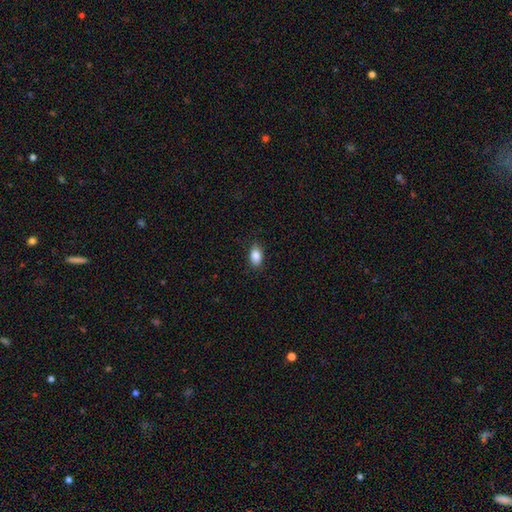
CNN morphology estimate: A smooth galaxy with no disk features (86%) that is in between round and cigar-shaped (87%).

Vote fractions:
- Smooth or featured? smooth: 86% / star or artifact: 8% / featured or disk: 6%
- How rounded? in between: 87% / round: 11% / cigar-shaped: 2%
- Merging? none: 87% / minor disturbance: 10% / major disturbance: 2% / merger: 1%